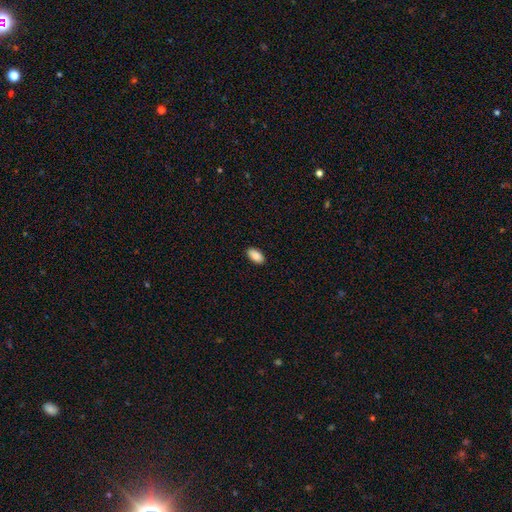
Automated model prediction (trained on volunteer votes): This is clearly a smooth galaxy (88%). How rounded: clearly in between (94%). Merging: clearly none (89%).